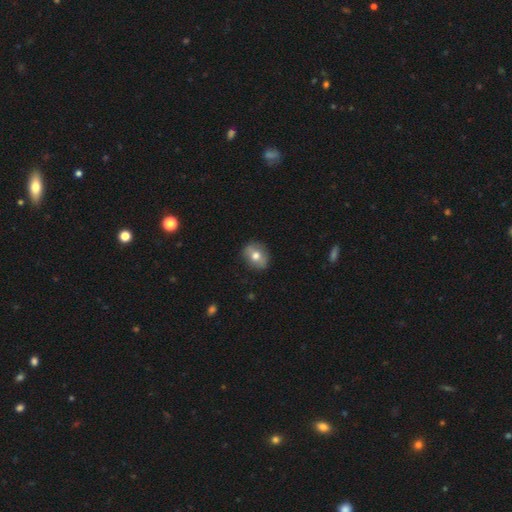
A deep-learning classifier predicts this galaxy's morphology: Smooth or featured?
  - smooth: 63% *
  - featured or disk: 28%
  - star or artifact: 8%
How rounded?
  - round: 56% *
  - in between: 42%
  - cigar-shaped: 1%
Merging?
  - none: 81% *
  - minor disturbance: 14%
  - major disturbance: 3%
  - merger: 1%